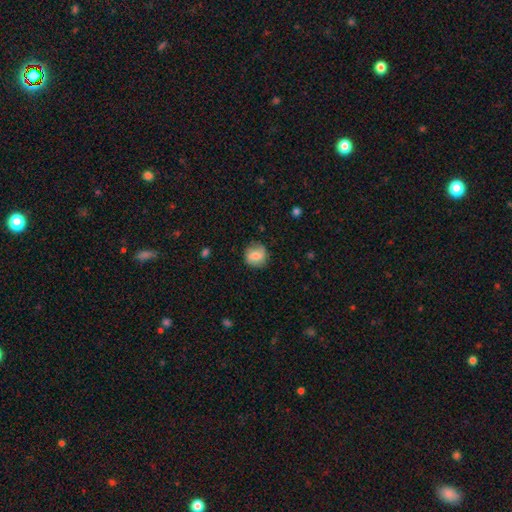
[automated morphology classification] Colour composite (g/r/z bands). It shows a smooth galaxy with no disk features (74%) that is round (85%). Merging: none (81%).